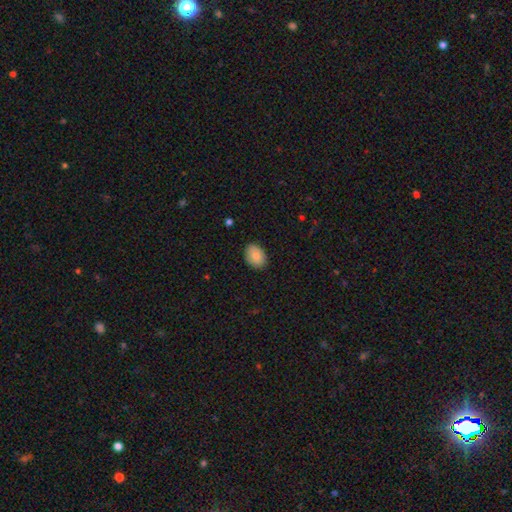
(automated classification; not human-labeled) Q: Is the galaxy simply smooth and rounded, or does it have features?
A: smooth — 86%.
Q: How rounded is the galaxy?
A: in between — 82%.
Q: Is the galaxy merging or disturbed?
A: none — 87%.